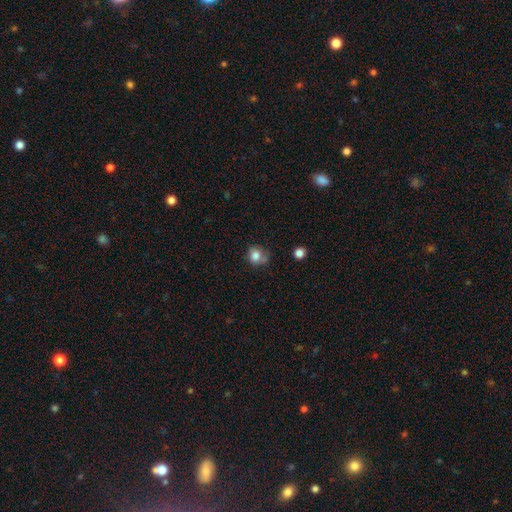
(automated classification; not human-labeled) A smooth galaxy with no disk features (81%) that is round (75%).

Vote fractions:
- Smooth or featured? smooth: 81% / star or artifact: 11% / featured or disk: 9%
- How rounded? round: 75% / in between: 24% / cigar-shaped: 1%
- Merging? none: 54% / minor disturbance: 29% / major disturbance: 11% / merger: 6%